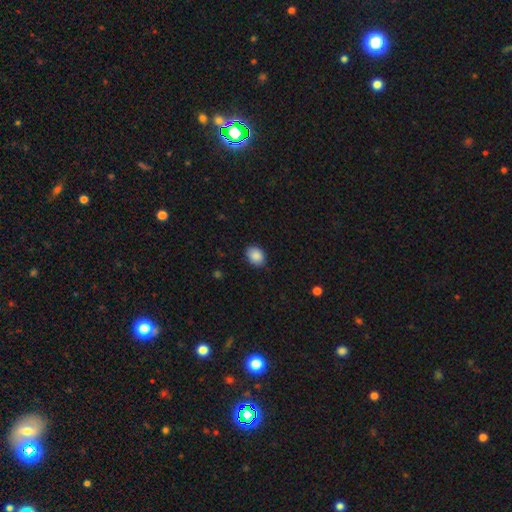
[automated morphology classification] Smooth or featured?
  - smooth: 89% *
  - star or artifact: 8%
  - featured or disk: 4%
How rounded?
  - in between: 65% *
  - round: 34%
  - cigar-shaped: 1%
Merging?
  - none: 85% *
  - minor disturbance: 12%
  - major disturbance: 2%
  - merger: 1%